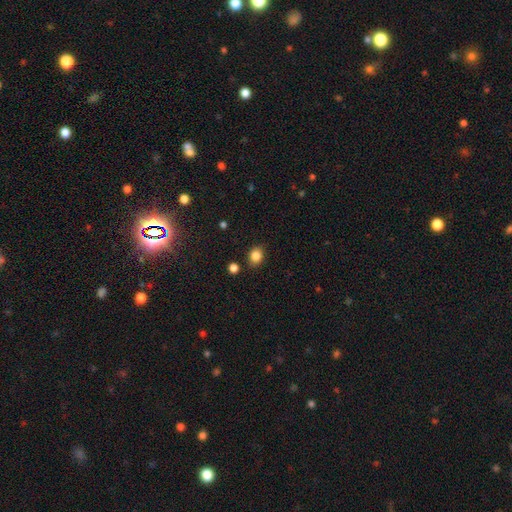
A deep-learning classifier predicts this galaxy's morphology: type=smooth (84%); roundness=round (50%, tied with in between); merging=none (85%).